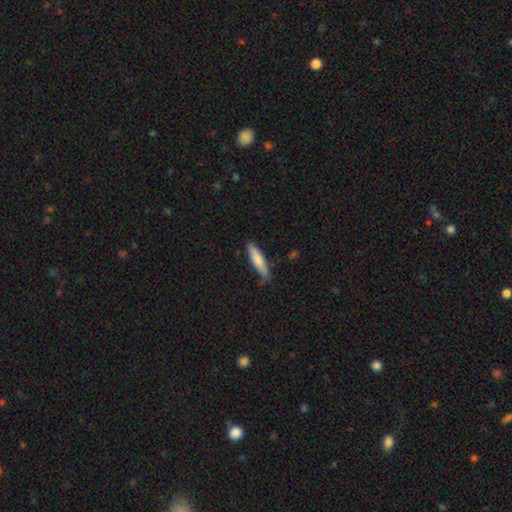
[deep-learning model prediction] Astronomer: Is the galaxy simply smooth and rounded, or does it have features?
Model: smooth — 73%.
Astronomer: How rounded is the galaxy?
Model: cigar-shaped — 84%.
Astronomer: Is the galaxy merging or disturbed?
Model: none — 79%.